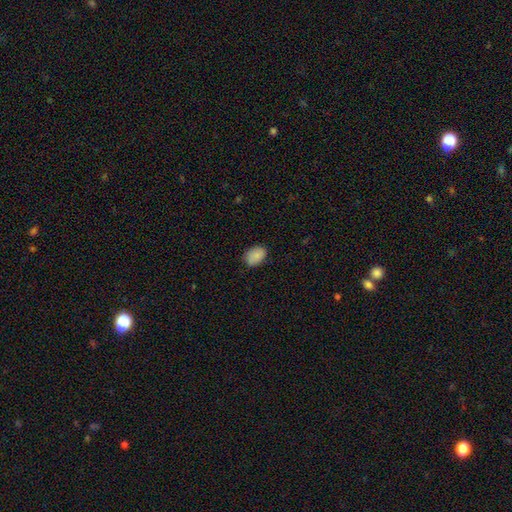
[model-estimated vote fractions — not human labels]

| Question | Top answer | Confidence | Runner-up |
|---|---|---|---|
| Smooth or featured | smooth | 87% | star or artifact (8%) |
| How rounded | in between | 83% | round (16%) |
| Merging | none | 79% | minor disturbance (17%) |